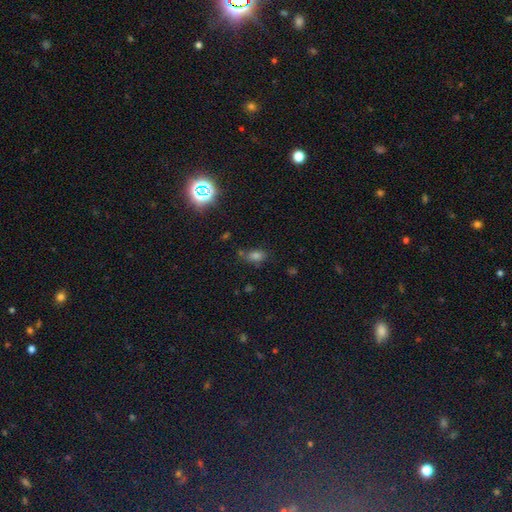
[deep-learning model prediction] The model was most divided on "smooth or featured": smooth: 66%, star or artifact: 26%, featured or disk: 8%. More confident: how rounded — in between (80%); merging — none (66%).